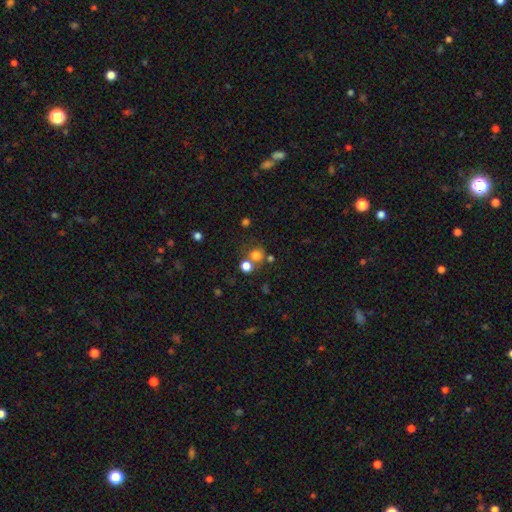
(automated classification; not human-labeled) Q: Smooth or featured?
A: smooth (73%); runner-up: star or artifact (18%)
Q: How rounded?
A: round (85%); runner-up: in between (14%)
Q: Merging?
A: none (58%); runner-up: merger (27%)